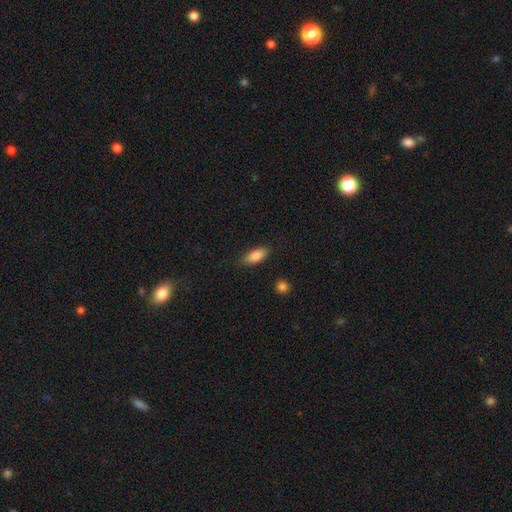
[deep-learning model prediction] This appears to be a smooth galaxy with no disk features (85%) that is in between round and cigar-shaped (81%). Merging: none (81%).